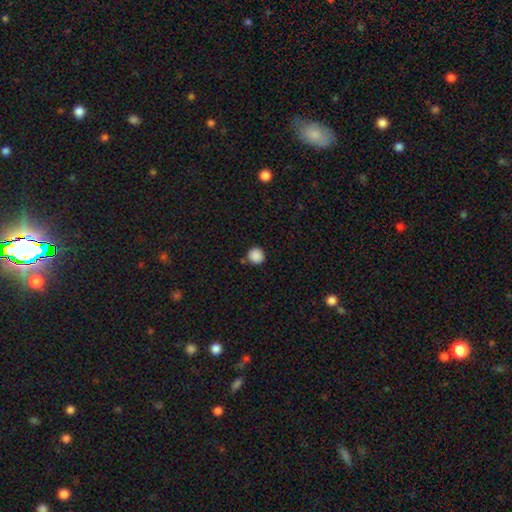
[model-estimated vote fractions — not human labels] A smooth galaxy with no disk features (88%) that is round (93%).

Vote fractions:
- Smooth or featured? smooth: 88% / star or artifact: 10% / featured or disk: 3%
- How rounded? round: 93% / in between: 6% / cigar-shaped: 1%
- Merging? none: 82% / minor disturbance: 10% / merger: 6% / major disturbance: 3%